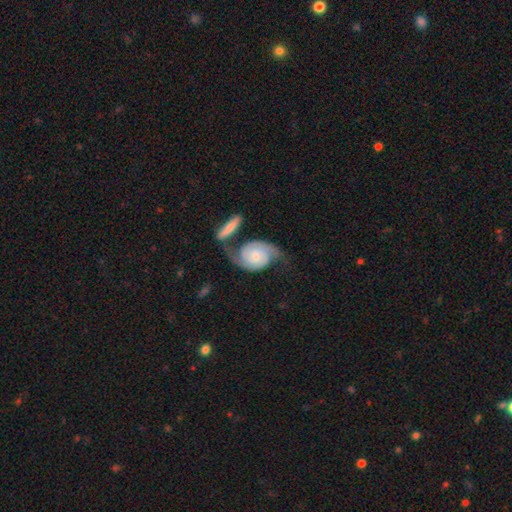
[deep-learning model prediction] featured or disk 83%, smooth 12%, star or artifact 5%. Down the decision tree: edge-on disk — no (97%); bar — no (71%); spiral arms — yes (97%); spiral arm count — 2 (90%); spiral winding — medium (42%); bulge size — small (58%); merging — none (48%).